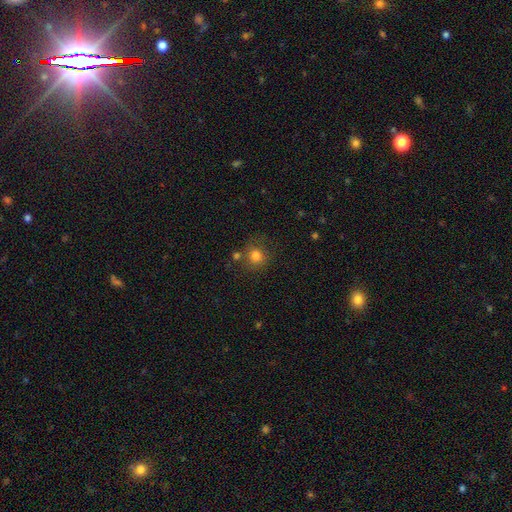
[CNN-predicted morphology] Q: Smooth or featured?
A: smooth (80%); runner-up: star or artifact (13%)
Q: How rounded?
A: round (87%); runner-up: in between (12%)
Q: Merging?
A: none (73%); runner-up: minor disturbance (13%)